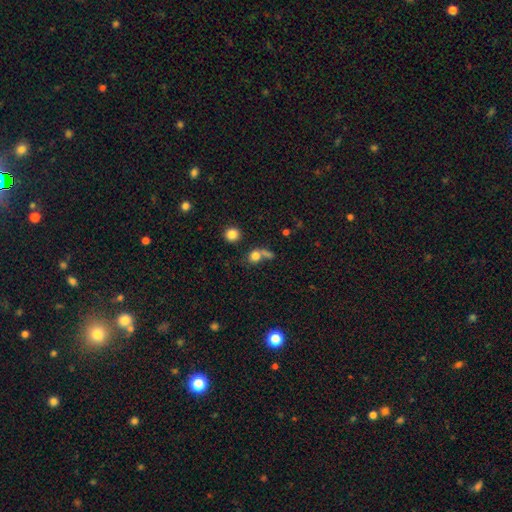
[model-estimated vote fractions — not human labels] A smooth galaxy with no disk features (76%) that is round (74%).

Vote fractions:
- Smooth or featured? smooth: 76% / star or artifact: 13% / featured or disk: 11%
- How rounded? round: 74% / in between: 23% / cigar-shaped: 2%
- Merging? none: 42% / merger: 39% / minor disturbance: 10% / major disturbance: 9%